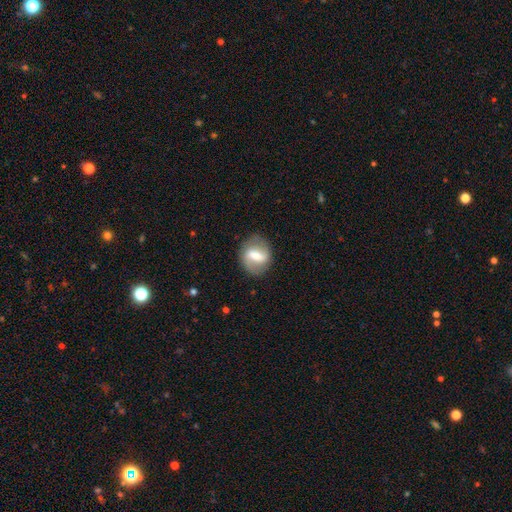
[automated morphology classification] This appears to be a featured or disk galaxy (53%). Merging: none (80%).